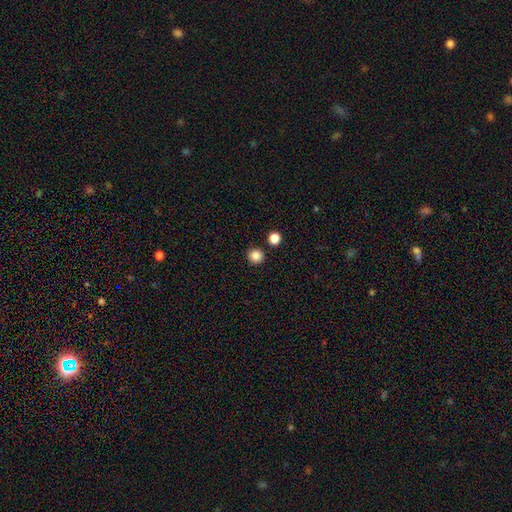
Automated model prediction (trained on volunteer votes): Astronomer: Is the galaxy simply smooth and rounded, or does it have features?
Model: smooth — 85%.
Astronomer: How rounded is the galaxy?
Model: round — 94%.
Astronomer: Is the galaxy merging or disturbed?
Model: none — 88%.